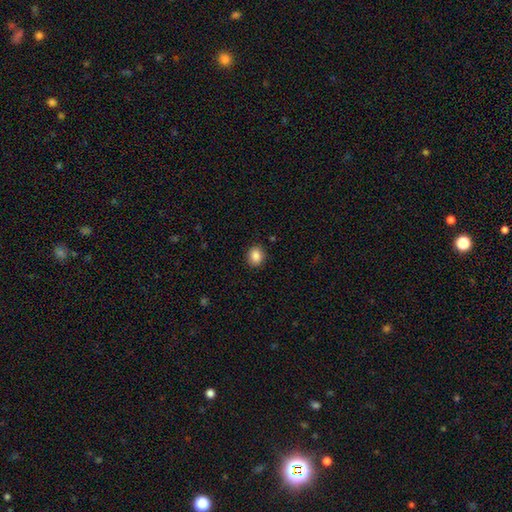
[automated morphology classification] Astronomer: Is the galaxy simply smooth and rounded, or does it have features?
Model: smooth — 88%.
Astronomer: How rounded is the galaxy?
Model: round — 64%.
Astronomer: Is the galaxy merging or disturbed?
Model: none — 89%.